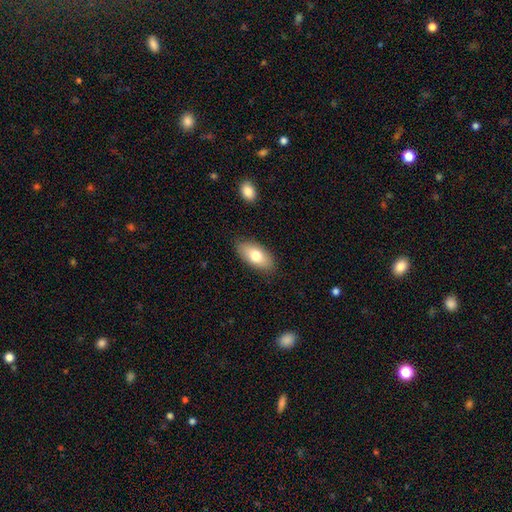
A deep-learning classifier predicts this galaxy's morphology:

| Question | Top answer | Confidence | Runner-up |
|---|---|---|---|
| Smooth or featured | smooth | 75% | featured or disk (19%) |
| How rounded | in between | 91% | cigar-shaped (6%) |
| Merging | none | 85% | minor disturbance (12%) |